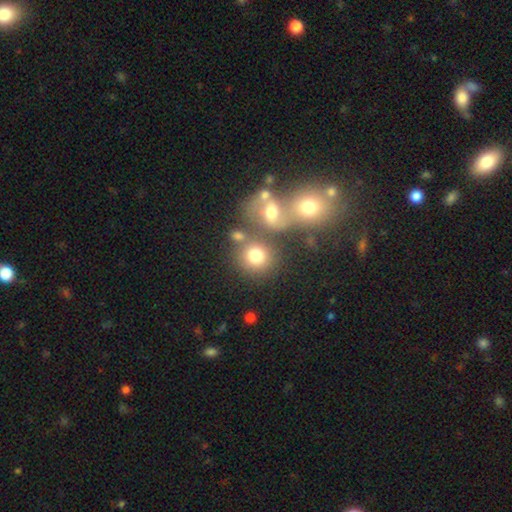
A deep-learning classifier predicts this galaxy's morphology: smooth_or_featured: smooth (p=0.73) [alt: featured or disk p=0.14]
how_rounded: round (p=0.80) [alt: in between p=0.19]
merging: none (p=0.52) [alt: merger p=0.33]